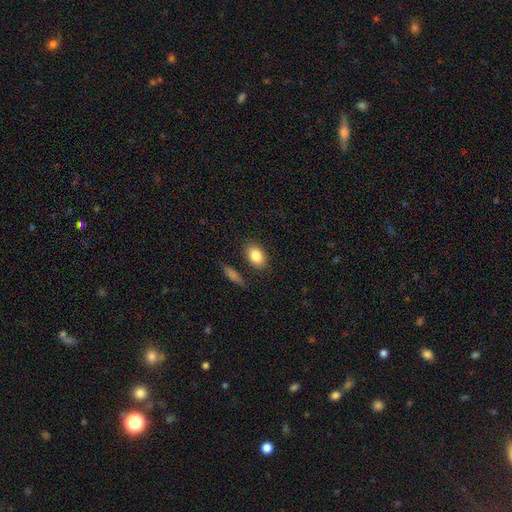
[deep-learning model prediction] smooth-or-featured: smooth: 85% | featured or disk: 8% | star or artifact: 7%
  how-rounded: in between: 82% | round: 16% | cigar-shaped: 2%
  merging: none: 83% | minor disturbance: 10% | merger: 4% | major disturbance: 3%